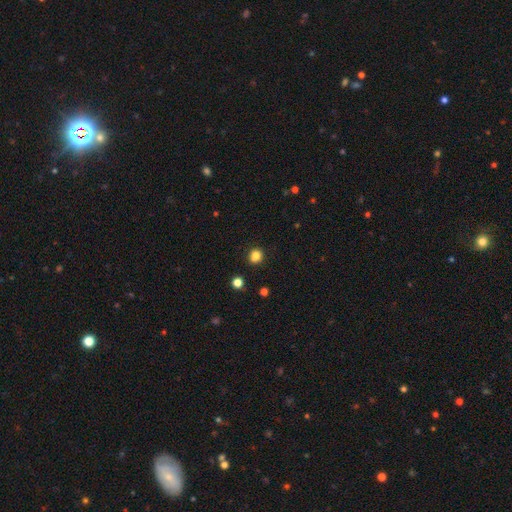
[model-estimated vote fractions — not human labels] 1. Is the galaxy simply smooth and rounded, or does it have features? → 83% smooth, 13% star or artifact, 5% featured or disk.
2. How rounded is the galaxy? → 78% round, 21% in between, 1% cigar-shaped.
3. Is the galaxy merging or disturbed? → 85% none, 10% minor disturbance, 3% merger, 2% major disturbance.